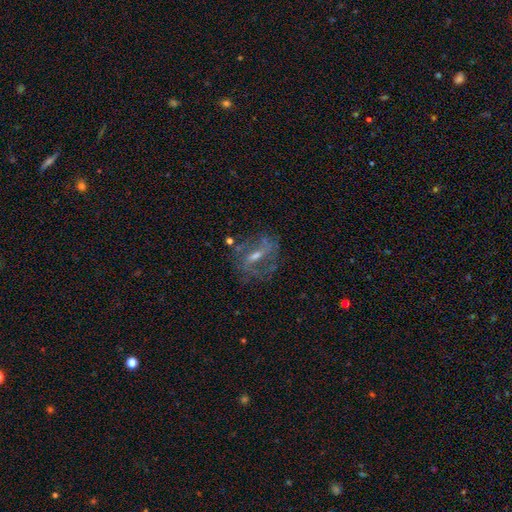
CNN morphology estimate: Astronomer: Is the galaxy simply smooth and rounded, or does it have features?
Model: featured or disk — 71%.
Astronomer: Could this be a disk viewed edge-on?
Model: no — 85%.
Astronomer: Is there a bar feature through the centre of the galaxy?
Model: strong — 42% (runner-up: weak, 39%).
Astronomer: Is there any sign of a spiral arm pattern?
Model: yes — 68%.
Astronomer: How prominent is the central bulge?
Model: moderate — 46% (runner-up: small, 40%).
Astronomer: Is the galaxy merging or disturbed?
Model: none — 63%.